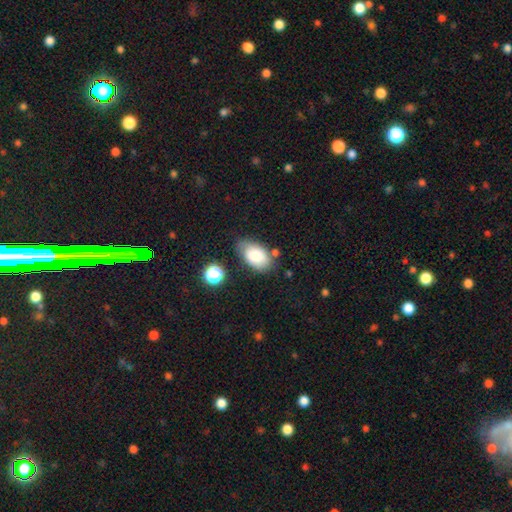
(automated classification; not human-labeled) Smooth or featured?
  - smooth: 81% *
  - featured or disk: 11%
  - star or artifact: 8%
How rounded?
  - in between: 91% *
  - round: 8%
  - cigar-shaped: 1%
Merging?
  - none: 65% *
  - minor disturbance: 22%
  - merger: 7%
  - major disturbance: 6%